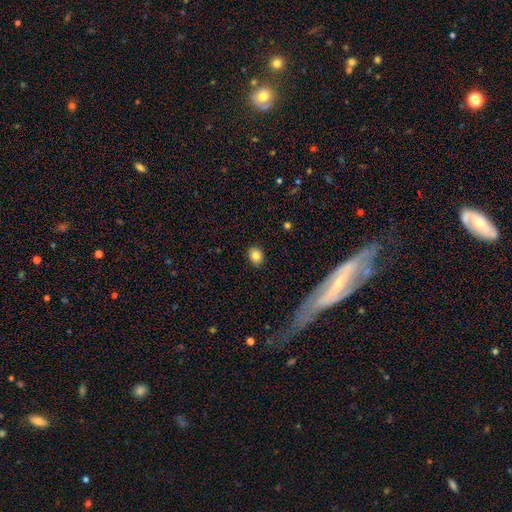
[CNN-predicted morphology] This is clearly a smooth galaxy (83%). How rounded: possibly round (60%). Merging: clearly none (88%).